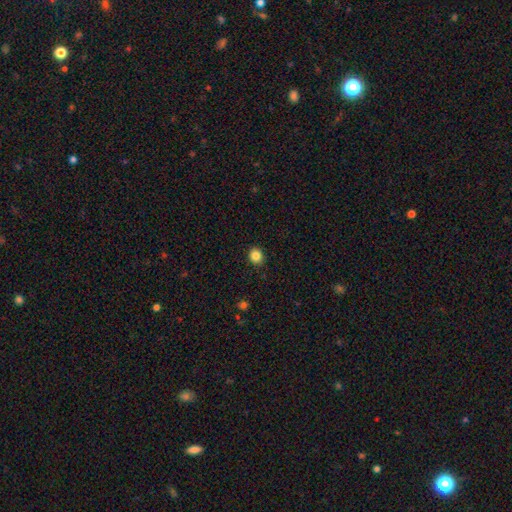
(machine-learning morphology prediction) This is clearly a smooth galaxy (85%). How rounded: likely round (80%). Merging: clearly none (91%).